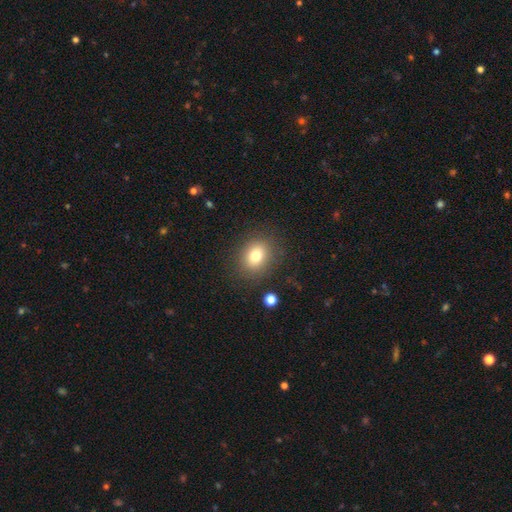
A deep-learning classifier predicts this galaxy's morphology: Smooth or featured? smooth (78%)
How rounded? round (54%)
Merging? none (85%)